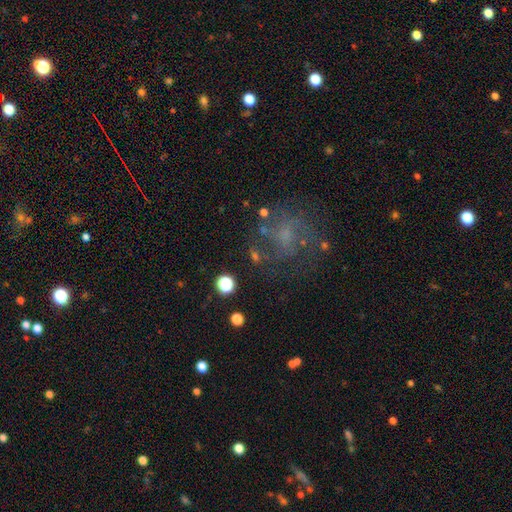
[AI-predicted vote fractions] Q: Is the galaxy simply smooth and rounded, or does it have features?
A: featured or disk — 48%.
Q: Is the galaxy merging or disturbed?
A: none — 58%.